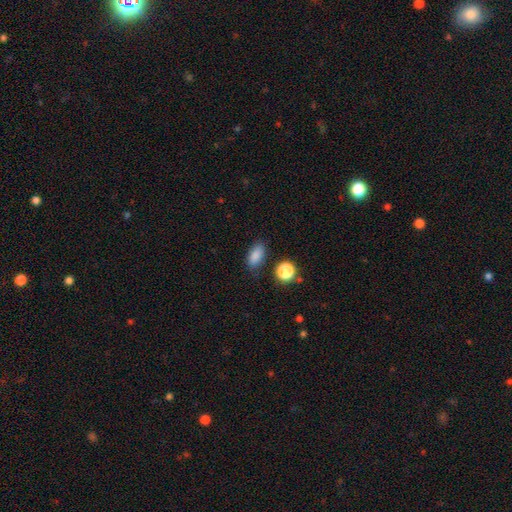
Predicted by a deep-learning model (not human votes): This appears to be a smooth galaxy with no disk features (85%) that is in between round and cigar-shaped (86%). Merging: none (81%).